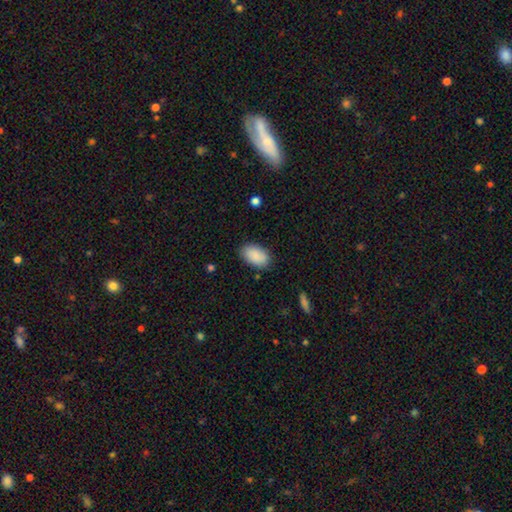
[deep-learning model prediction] smooth_or_featured: smooth (p=0.89) [alt: star or artifact p=0.06]
how_rounded: in between (p=0.94) [alt: round p=0.05]
merging: none (p=0.84) [alt: minor disturbance p=0.12]